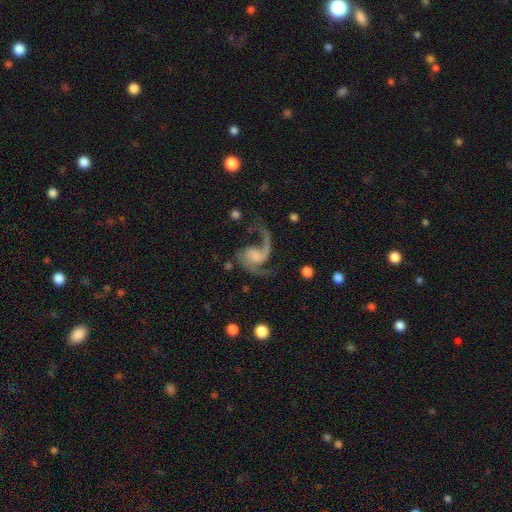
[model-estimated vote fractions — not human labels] This is clearly a featured or disk galaxy (88%). It is clearly not viewed edge-on (98%). Bar: possibly no (56%). Spiral arm pattern: clearly yes (97%). Spiral arm count: likely 2 (76%). Spiral winding: possibly loose (58%). Central bulge: marginally none (43%). Merging: possibly none (53%).